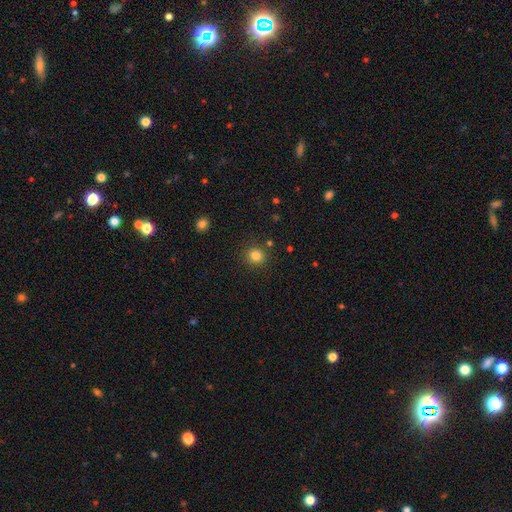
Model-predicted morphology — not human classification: Smooth or featured?
  - smooth: 83% *
  - star or artifact: 12%
  - featured or disk: 5%
How rounded?
  - round: 90% *
  - in between: 9%
  - cigar-shaped: 1%
Merging?
  - none: 88% *
  - minor disturbance: 7%
  - merger: 3%
  - major disturbance: 2%